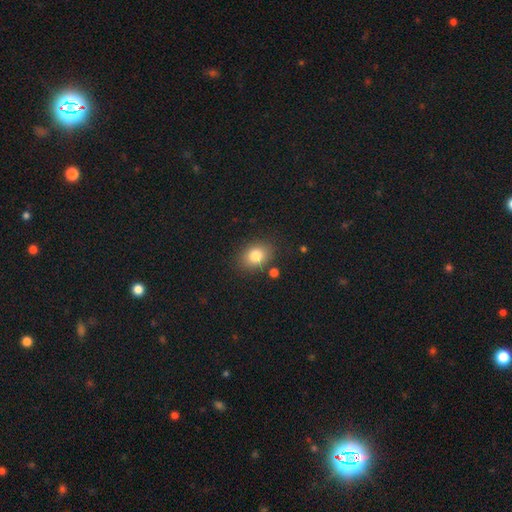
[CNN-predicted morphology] Q: Smooth or featured?
A: smooth (81%); runner-up: star or artifact (10%)
Q: How rounded?
A: in between (59%); runner-up: round (40%)
Q: Merging?
A: none (81%); runner-up: minor disturbance (11%)